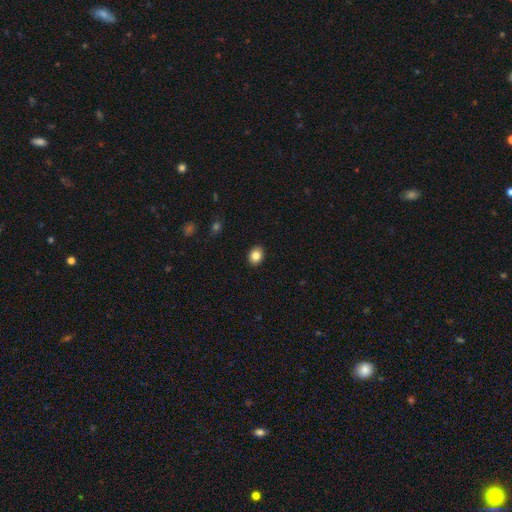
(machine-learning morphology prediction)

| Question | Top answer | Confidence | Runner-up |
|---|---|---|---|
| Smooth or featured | smooth | 84% | star or artifact (9%) |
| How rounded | round | 50% | in between (49%) |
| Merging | none | 90% | minor disturbance (7%) |